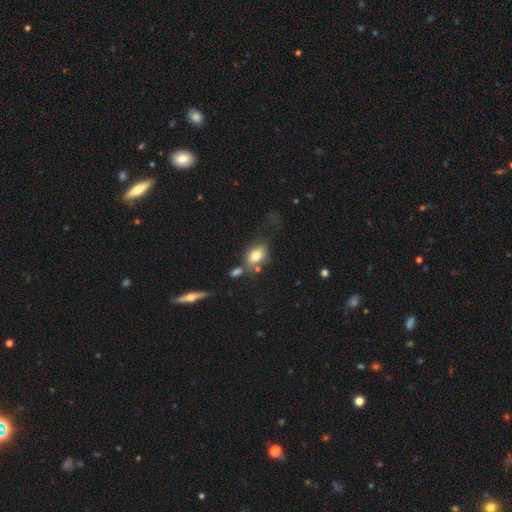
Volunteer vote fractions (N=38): Smooth or featured: smooth — 71% (featured or disk — 24%)
How rounded: in between — 63% (round — 37%)
Merging: none — 47% (minor disturbance — 22%)